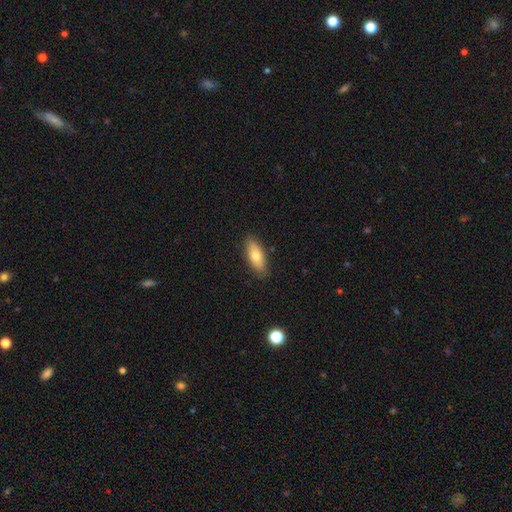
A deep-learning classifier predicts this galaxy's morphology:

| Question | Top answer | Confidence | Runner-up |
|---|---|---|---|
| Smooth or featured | smooth | 72% | featured or disk (21%) |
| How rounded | in between | 71% | cigar-shaped (27%) |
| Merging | none | 87% | minor disturbance (10%) |